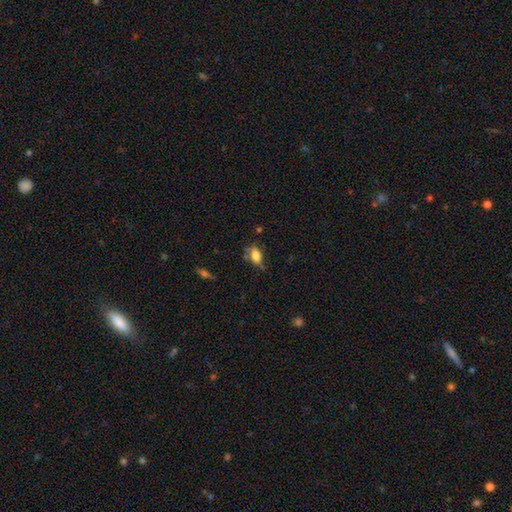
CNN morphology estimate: Overall: smooth (70%). How rounded: in between (85%). Merging: none (49%; minor disturbance 29%).